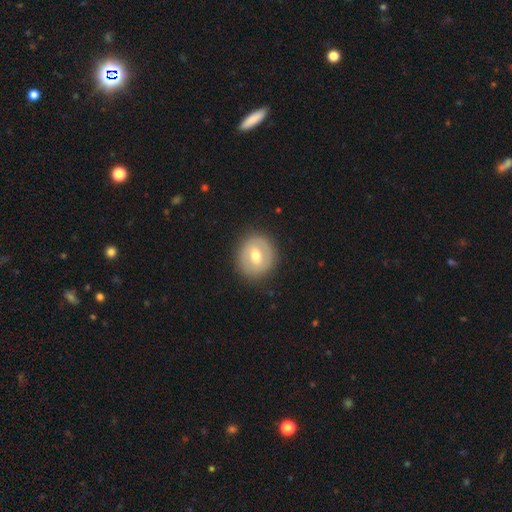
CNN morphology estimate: Q: Smooth or featured?
A: smooth (51%); runner-up: featured or disk (43%)
Q: How rounded?
A: round (83%); runner-up: in between (16%)
Q: Merging?
A: none (86%); runner-up: minor disturbance (10%)